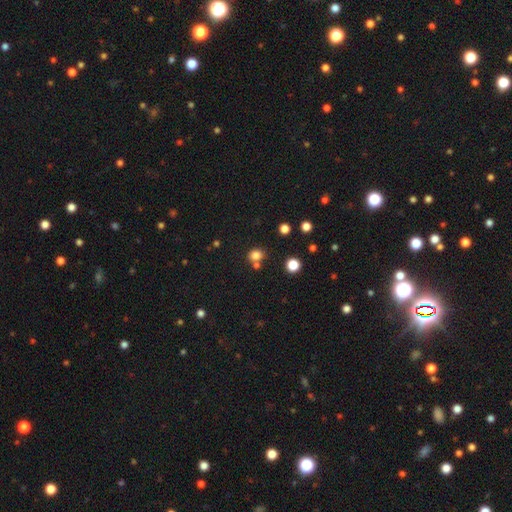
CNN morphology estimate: This is clearly a smooth galaxy (80%). How rounded: likely round (68%). Merging: likely none (66%).